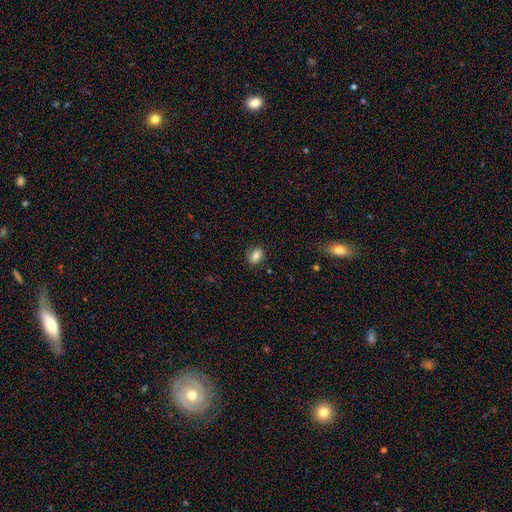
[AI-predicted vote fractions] Morphology: type=smooth (80%); roundness=in between (57%); merging=none (84%).